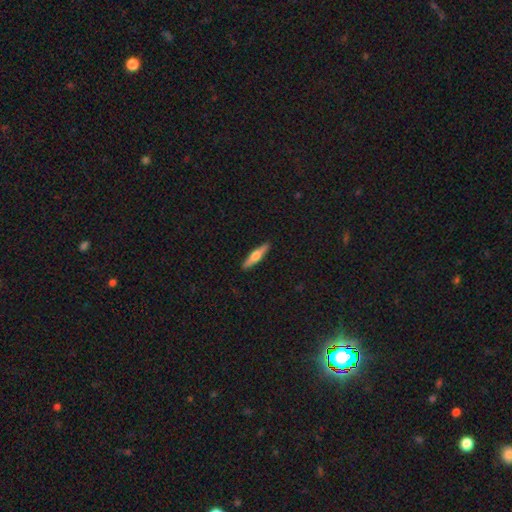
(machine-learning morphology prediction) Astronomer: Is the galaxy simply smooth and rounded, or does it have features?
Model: featured or disk — 50% (runner-up: smooth, 45%).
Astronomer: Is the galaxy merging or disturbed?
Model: none — 91%.